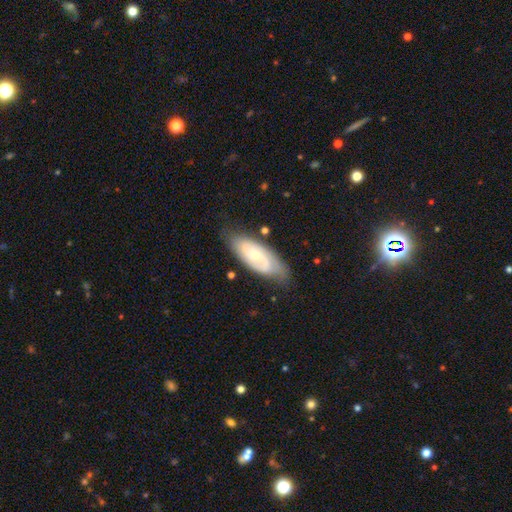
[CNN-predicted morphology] smooth_or_featured: featured or disk (p=0.73) [alt: smooth p=0.22]
disk_edge_on: no (p=0.92) [alt: yes p=0.08]
bar: no (p=0.56) [alt: weak p=0.36]
has_spiral_arms: yes (p=0.93) [alt: no p=0.07]
spiral_winding: tight (p=0.50) [alt: medium p=0.38]
spiral_arm_count: 2 (p=0.65) [alt: can't tell p=0.19]
bulge_size: small (p=0.62) [alt: moderate p=0.31]
merging: none (p=0.72) [alt: minor disturbance p=0.20]